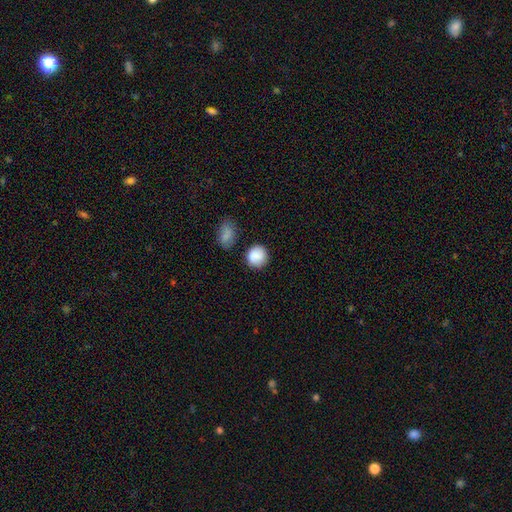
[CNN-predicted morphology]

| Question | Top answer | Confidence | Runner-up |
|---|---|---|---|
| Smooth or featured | smooth | 86% | star or artifact (8%) |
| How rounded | round | 86% | in between (13%) |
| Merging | none | 77% | minor disturbance (14%) |